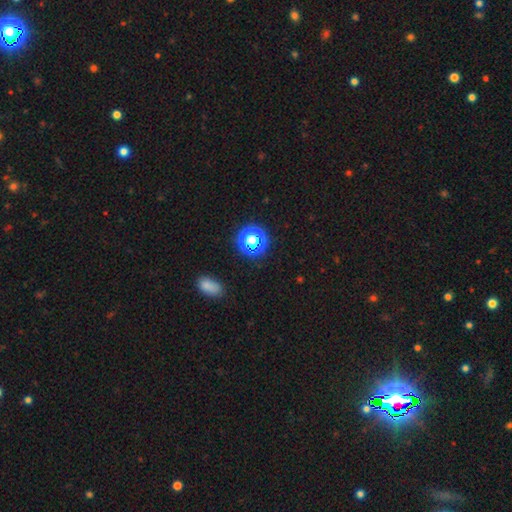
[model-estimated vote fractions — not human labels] Morphology: type=star or artifact (58%).